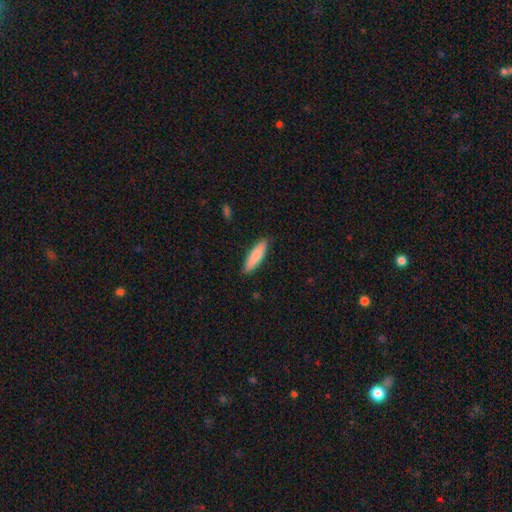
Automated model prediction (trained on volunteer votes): smooth-or-featured: smooth: 82% | featured or disk: 13% | star or artifact: 5%
  how-rounded: cigar-shaped: 65% | in between: 33% | round: 1%
  merging: none: 88% | minor disturbance: 9% | major disturbance: 2% | merger: 1%